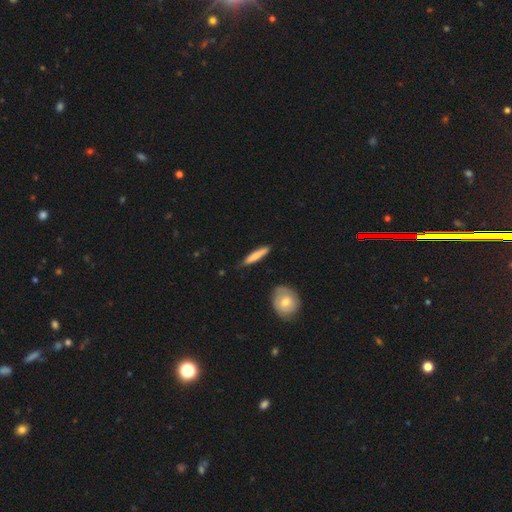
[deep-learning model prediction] smooth_or_featured: smooth (p=0.74) [alt: featured or disk p=0.21]
how_rounded: cigar-shaped (p=0.89) [alt: in between p=0.09]
merging: none (p=0.81) [alt: minor disturbance p=0.14]